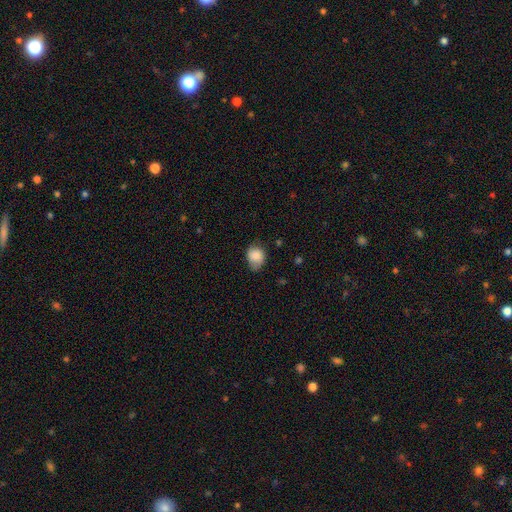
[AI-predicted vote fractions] A smooth galaxy with no disk features (83%) that is round (53%).

Vote fractions:
- Smooth or featured? smooth: 83% / star or artifact: 8% / featured or disk: 8%
- How rounded? round: 53% / in between: 46% / cigar-shaped: 1%
- Merging? none: 55% / minor disturbance: 35% / major disturbance: 9% / merger: 2%